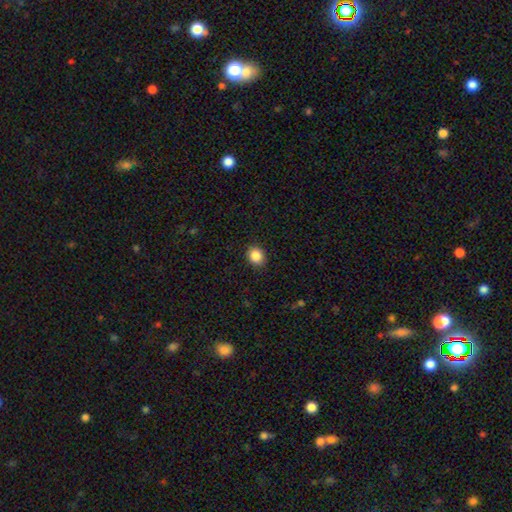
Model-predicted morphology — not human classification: Smooth or featured? Predicted: smooth (p=0.87). How rounded? Predicted: round (p=0.63). Merging? Predicted: none (p=0.89).